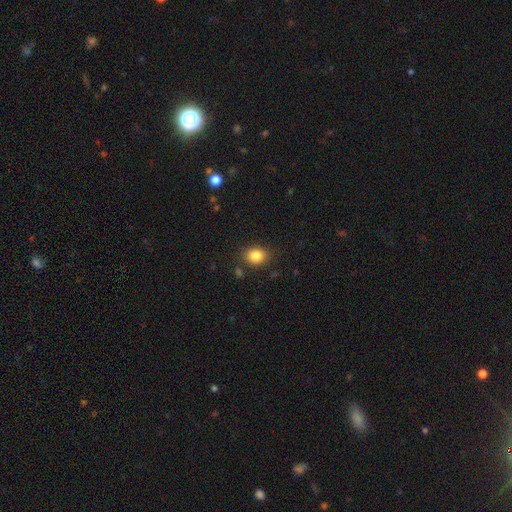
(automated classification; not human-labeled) Smooth or featured? smooth (85%)
How rounded? round (54%)
Merging? none (82%)